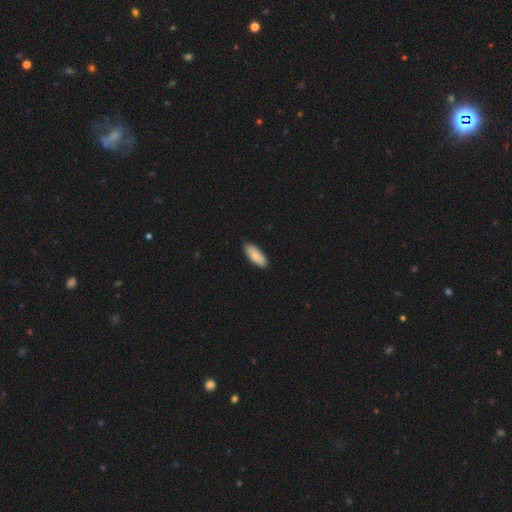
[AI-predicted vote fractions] Overall: smooth (86%). How rounded: in between (74%). Merging: none (88%).